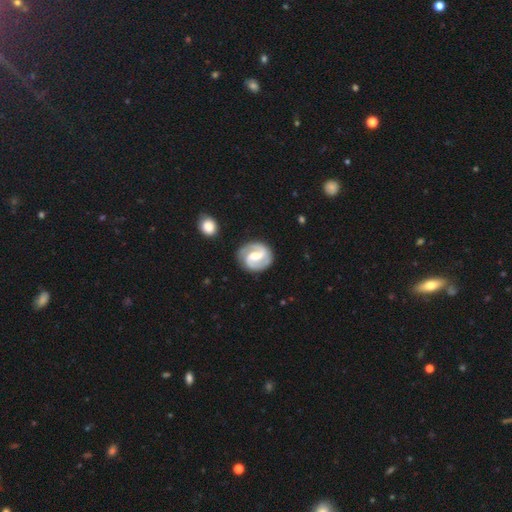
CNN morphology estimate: This is clearly a featured or disk galaxy (87%). It is clearly not viewed edge-on (98%). Bar: possibly strong (45%). Spiral arm pattern: clearly yes (96%). Spiral arm count: clearly 2 (92%). Spiral winding: possibly medium (49%). Central bulge: possibly moderate (52%). Merging: clearly none (83%).